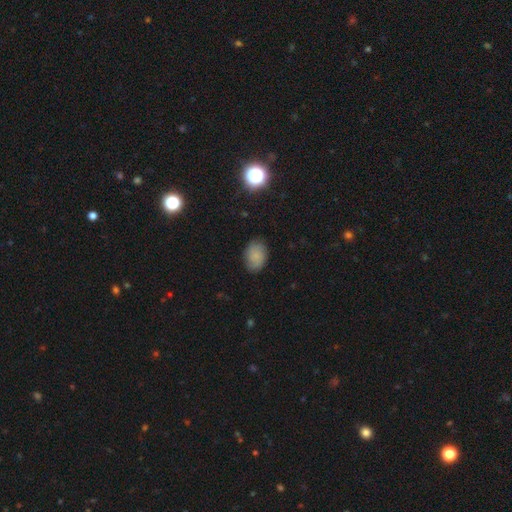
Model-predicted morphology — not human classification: The model was most divided on "how rounded": in between: 79%, round: 20%, cigar-shaped: 1%. More confident: merging — none (82%); smooth or featured — smooth (80%).